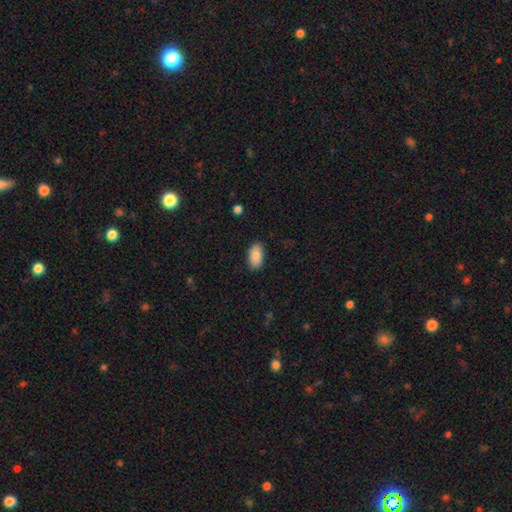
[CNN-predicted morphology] Q: Smooth or featured?
A: smooth (89%); runner-up: star or artifact (7%)
Q: How rounded?
A: in between (94%); runner-up: round (3%)
Q: Merging?
A: none (88%); runner-up: minor disturbance (9%)